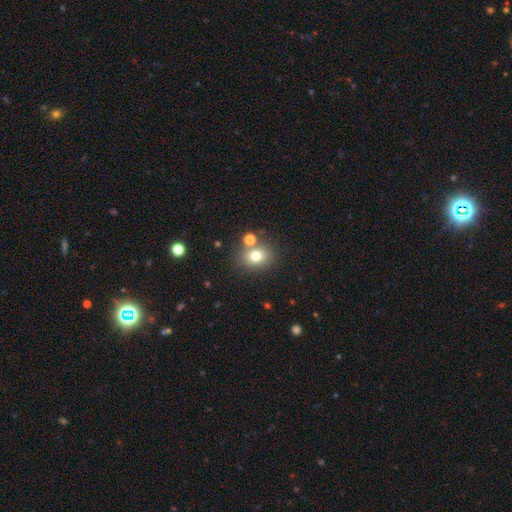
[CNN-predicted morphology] Q: Smooth or featured?
A: smooth (76%); runner-up: star or artifact (13%)
Q: How rounded?
A: round (58%); runner-up: in between (41%)
Q: Merging?
A: none (71%); runner-up: merger (15%)